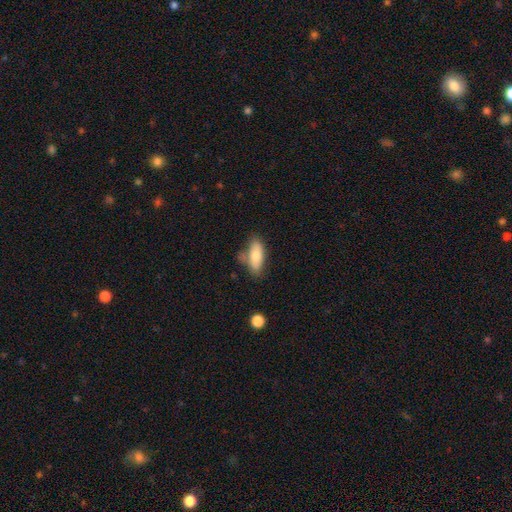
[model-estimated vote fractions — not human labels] This appears to be a smooth galaxy with no disk features (74%) that is in between round and cigar-shaped (80%). Merging: none (62%).